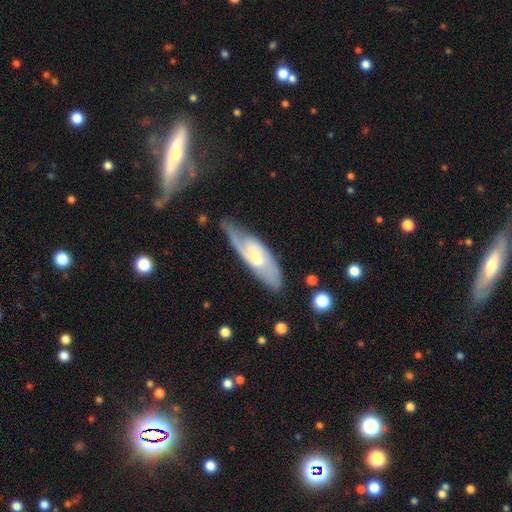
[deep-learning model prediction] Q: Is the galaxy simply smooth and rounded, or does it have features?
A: featured or disk — 70%.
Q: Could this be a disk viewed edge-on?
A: no — 82%.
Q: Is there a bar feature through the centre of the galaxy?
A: no — 45%.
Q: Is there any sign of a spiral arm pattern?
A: yes — 90%.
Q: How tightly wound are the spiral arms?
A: medium — 46%.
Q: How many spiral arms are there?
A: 2 — 64%.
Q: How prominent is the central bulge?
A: small — 49%.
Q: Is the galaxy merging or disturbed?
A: none — 67%.